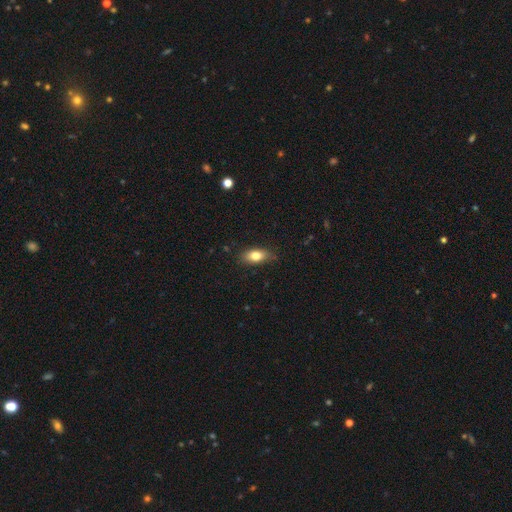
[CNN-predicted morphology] smooth_or_featured: smooth (p=0.78) [alt: featured or disk p=0.14]
how_rounded: in between (p=0.83) [alt: cigar-shaped p=0.10]
merging: none (p=0.80) [alt: minor disturbance p=0.16]